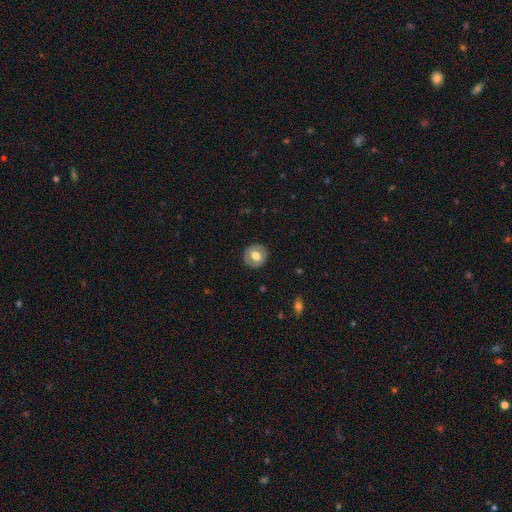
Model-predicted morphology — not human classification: The model was most divided on "smooth or featured": smooth: 61%, featured or disk: 32%, star or artifact: 7%. More confident: how rounded — round (88%); merging — none (87%).